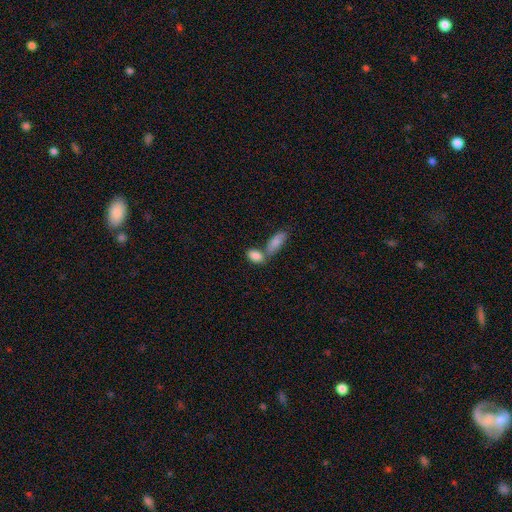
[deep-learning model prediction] Smooth or featured? smooth (85%)
How rounded? in between (88%)
Merging? merger (47%)